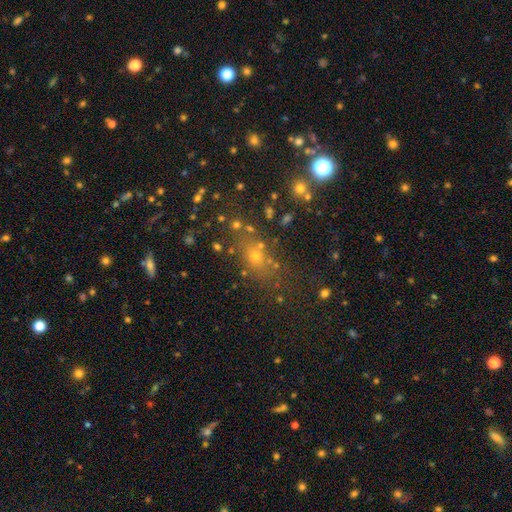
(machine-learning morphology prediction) Smooth or featured? smooth (54%)
How rounded? in between (50%)
Merging? none (68%)